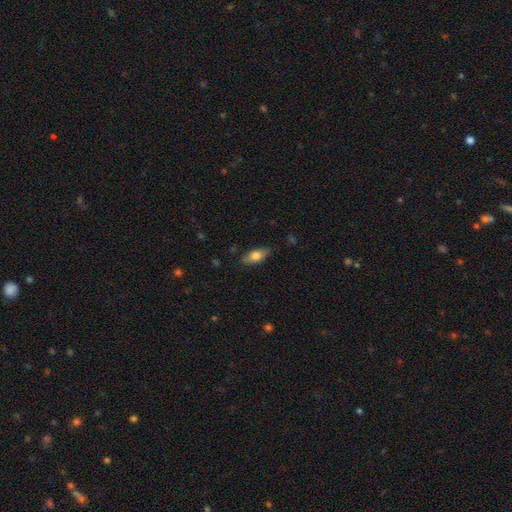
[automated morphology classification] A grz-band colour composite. It shows a smooth galaxy with no disk features (71%) that is in between round and cigar-shaped (82%). Merging: none (81%).